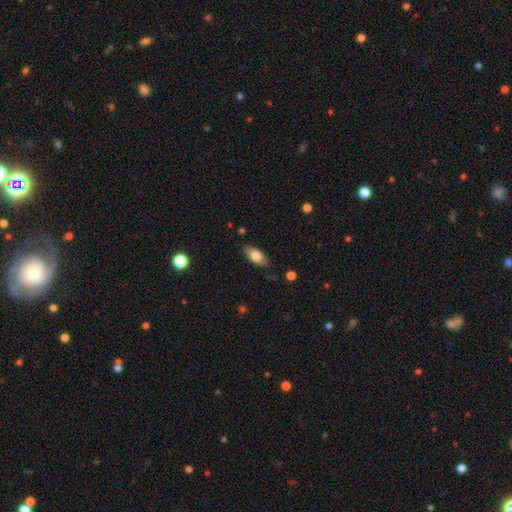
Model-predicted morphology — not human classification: The model was most divided on "smooth or featured": smooth: 76%, featured or disk: 17%, star or artifact: 7%. More confident: how rounded — in between (89%); merging — none (81%).